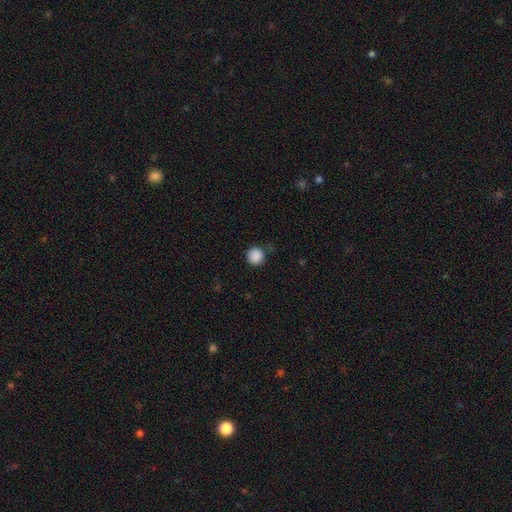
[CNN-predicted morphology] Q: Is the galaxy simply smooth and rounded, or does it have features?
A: smooth — 88%.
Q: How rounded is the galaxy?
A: round — 95%.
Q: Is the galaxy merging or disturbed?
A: none — 84%.